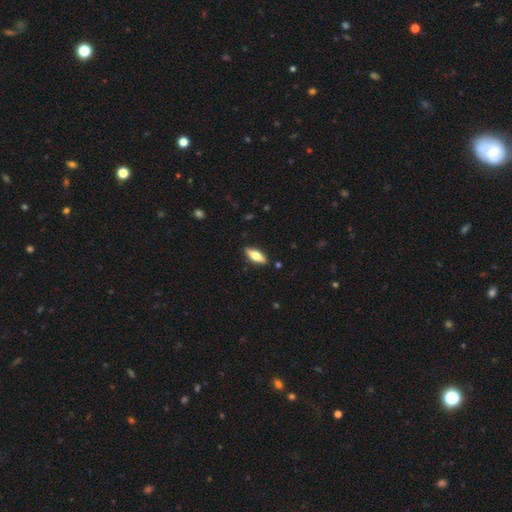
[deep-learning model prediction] A smooth galaxy with no disk features (59%) that is in between round and cigar-shaped (63%). Merging: none (88%).